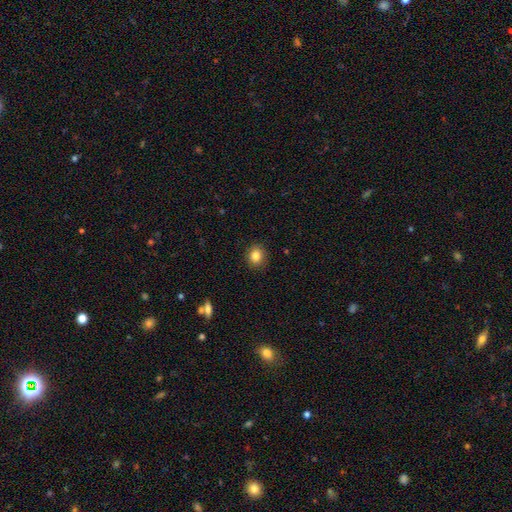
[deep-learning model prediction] Smooth or featured? Predicted: smooth (p=0.84). How rounded? Predicted: round (p=0.75). Merging? Predicted: none (p=0.90).